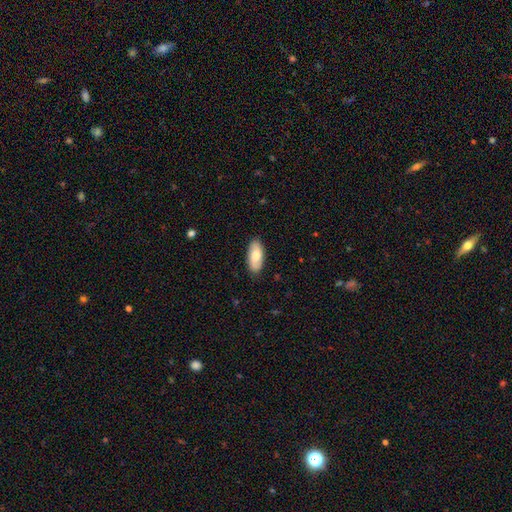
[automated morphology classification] Smooth or featured?
  - smooth: 72% *
  - featured or disk: 22%
  - star or artifact: 6%
How rounded?
  - in between: 87% *
  - cigar-shaped: 10%
  - round: 2%
Merging?
  - none: 85% *
  - minor disturbance: 11%
  - major disturbance: 2%
  - merger: 1%